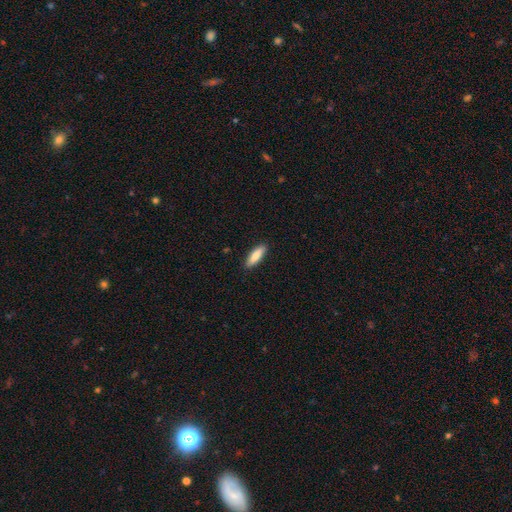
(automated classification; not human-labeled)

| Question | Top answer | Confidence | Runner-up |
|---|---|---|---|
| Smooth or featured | smooth | 83% | featured or disk (11%) |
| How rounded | cigar-shaped | 54% | in between (44%) |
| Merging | none | 89% | minor disturbance (8%) |